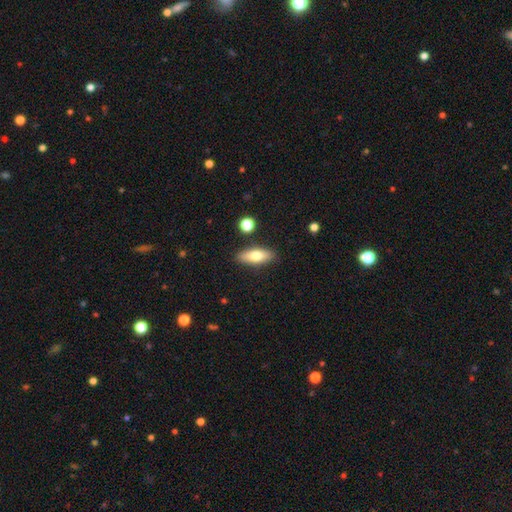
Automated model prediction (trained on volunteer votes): The model was most divided on "how rounded": in between: 69%, cigar-shaped: 27%, round: 3%. More confident: merging — none (86%); smooth or featured — smooth (70%).